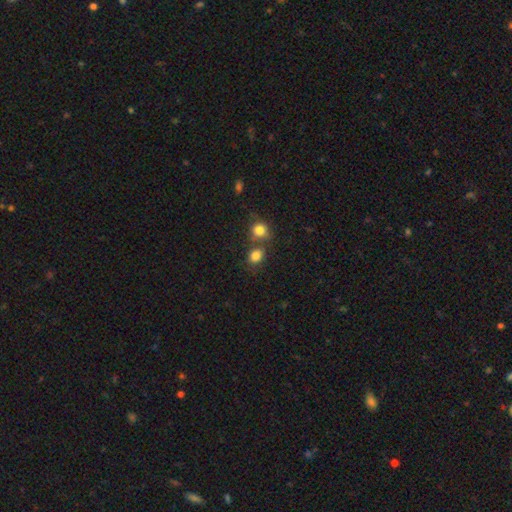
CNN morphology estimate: Smooth or featured: smooth — 82% (star or artifact — 11%)
How rounded: round — 58% (in between — 41%)
Merging: none — 54% (merger — 31%)